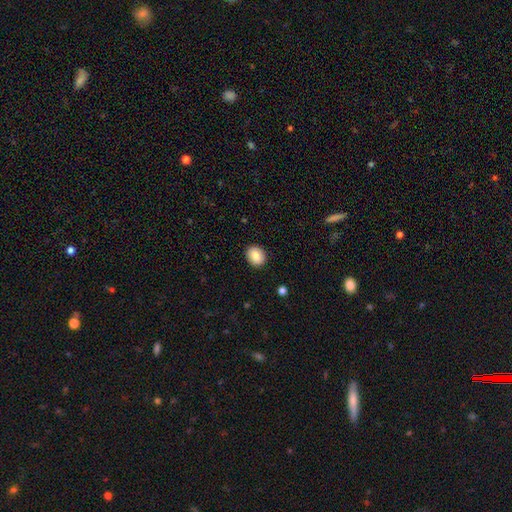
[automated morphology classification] This appears to be a smooth galaxy with no disk features (85%) that is round (61%). Merging: none (90%).